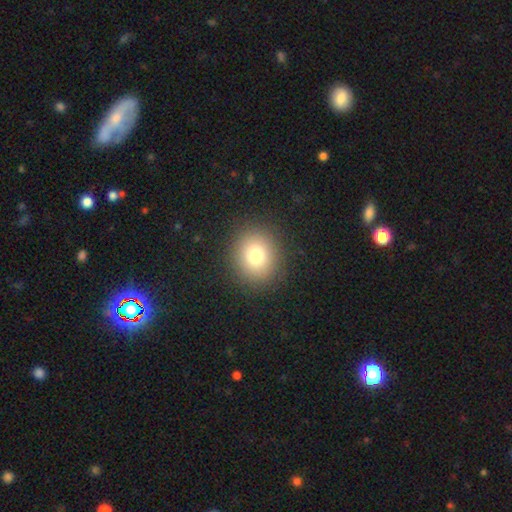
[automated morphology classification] Smooth or featured?
  - smooth: 76% *
  - star or artifact: 14%
  - featured or disk: 10%
How rounded?
  - round: 81% *
  - in between: 18%
  - cigar-shaped: 1%
Merging?
  - none: 89% *
  - minor disturbance: 6%
  - major disturbance: 3%
  - merger: 1%